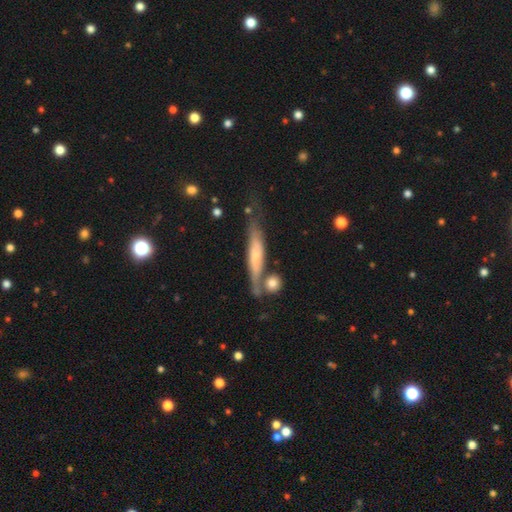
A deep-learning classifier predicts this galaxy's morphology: Q: Smooth or featured?
A: featured or disk (56%); runner-up: smooth (38%)
Q: Edge-on disk?
A: yes (76%); runner-up: no (24%)
Q: Merging?
A: none (48%); runner-up: minor disturbance (23%)